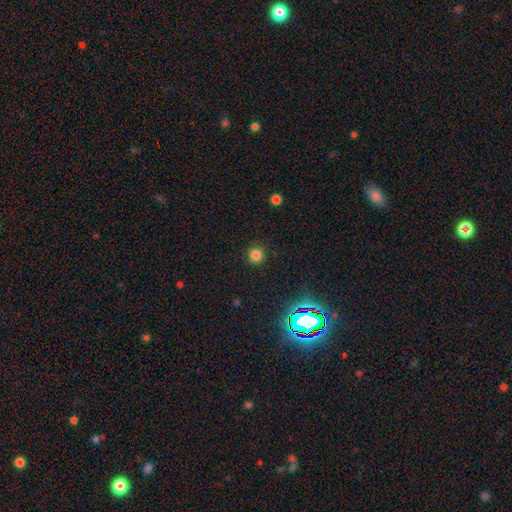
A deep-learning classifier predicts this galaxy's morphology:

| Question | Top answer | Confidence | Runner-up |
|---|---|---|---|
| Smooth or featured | smooth | 80% | star or artifact (15%) |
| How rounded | round | 94% | in between (5%) |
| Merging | none | 89% | minor disturbance (7%) |